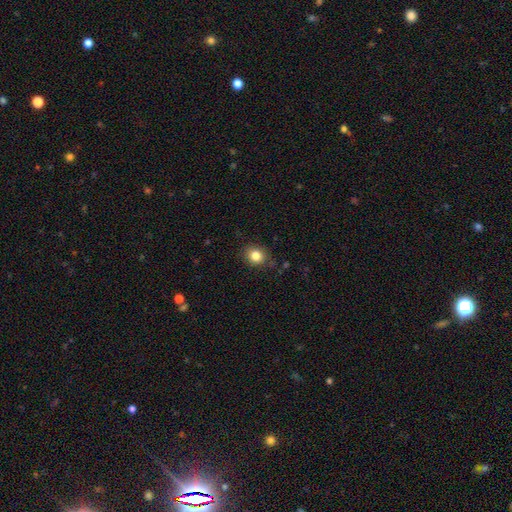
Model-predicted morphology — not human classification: Q: Smooth or featured?
A: smooth (83%); runner-up: star or artifact (11%)
Q: How rounded?
A: round (72%); runner-up: in between (27%)
Q: Merging?
A: none (85%); runner-up: minor disturbance (11%)